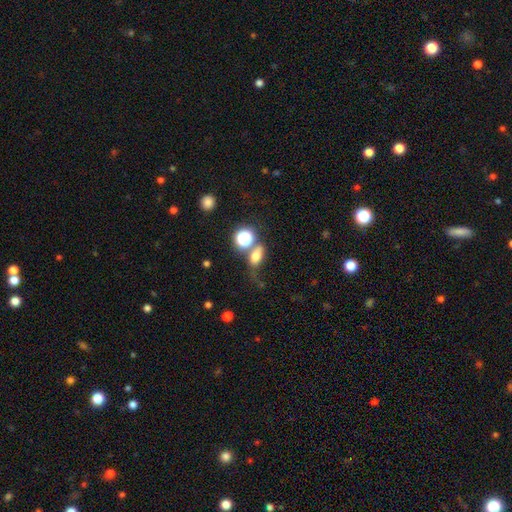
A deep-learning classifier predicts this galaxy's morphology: Smooth or featured: smooth — 67% (star or artifact — 19%)
How rounded: in between — 67% (round — 27%)
Merging: none — 44% (merger — 25%)